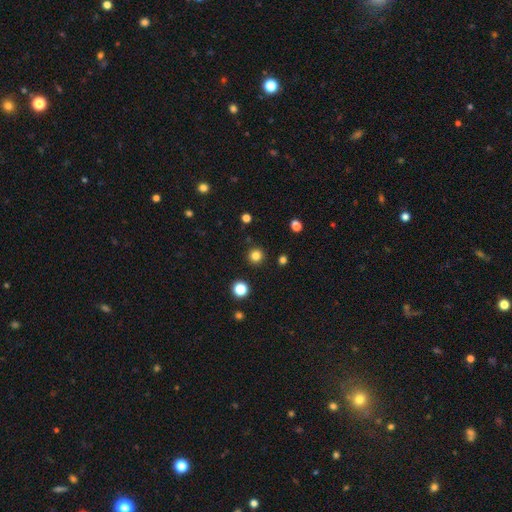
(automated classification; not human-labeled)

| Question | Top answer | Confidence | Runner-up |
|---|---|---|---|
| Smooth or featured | smooth | 82% | star or artifact (14%) |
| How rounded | round | 95% | in between (4%) |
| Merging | none | 92% | minor disturbance (5%) |